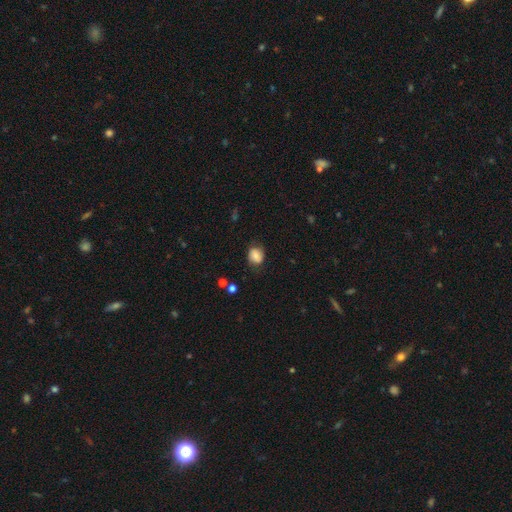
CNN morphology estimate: Smooth or featured? smooth (77%)
How rounded? round (57%)
Merging? none (71%)